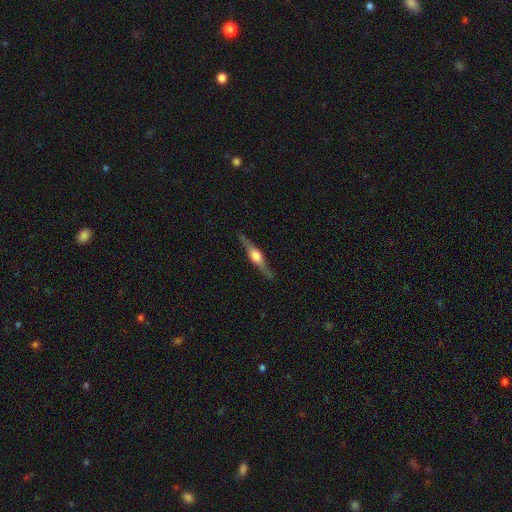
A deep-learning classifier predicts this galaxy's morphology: smooth-or-featured: featured or disk: 79% | smooth: 16% | star or artifact: 5%
  disk-edge-on: yes: 97% | no: 3%
    edge-on-bulge: rounded: 87% | boxy: 11% | none: 2%
  merging: none: 88% | minor disturbance: 9% | major disturbance: 2% | merger: 1%